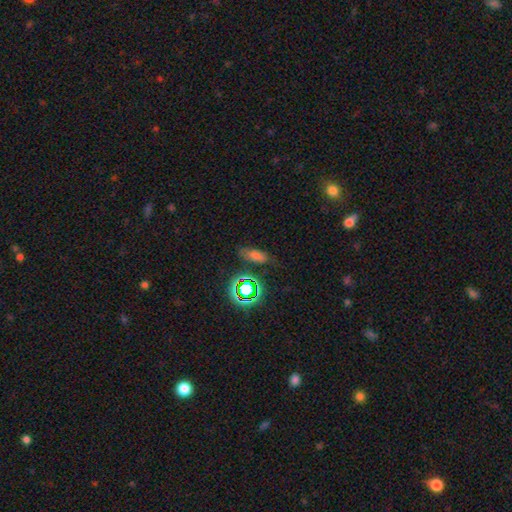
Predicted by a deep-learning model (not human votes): Smooth or featured?
  - smooth: 57% *
  - star or artifact: 30%
  - featured or disk: 14%
How rounded?
  - in between: 67% *
  - cigar-shaped: 22%
  - round: 11%
Merging?
  - none: 71% *
  - minor disturbance: 18%
  - major disturbance: 7%
  - merger: 4%